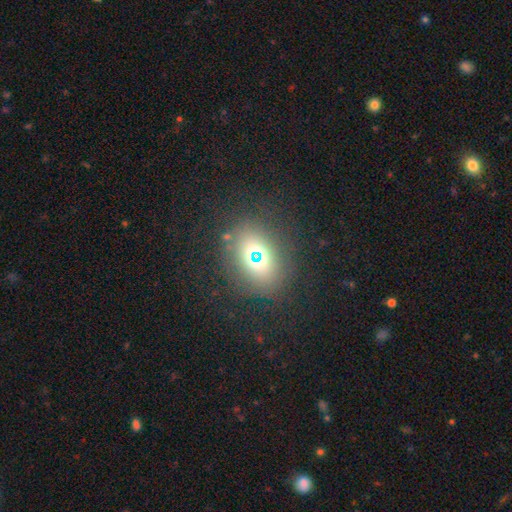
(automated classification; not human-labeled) A smooth galaxy with no disk features (52%) that is round (53%). Merging: none (80%).